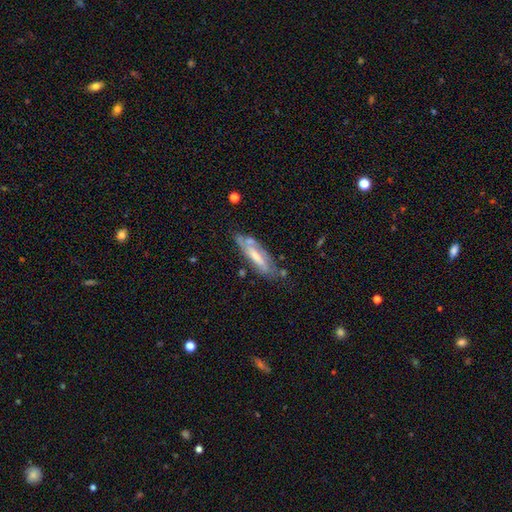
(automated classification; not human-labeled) A featured or disk galaxy (58%). Merging: none (59%).